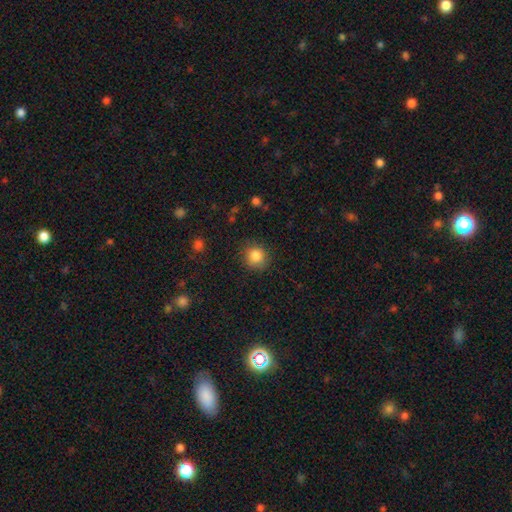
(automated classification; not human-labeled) smooth 85%, star or artifact 10%, featured or disk 5%. Down the decision tree: how rounded — round (86%); merging — none (81%).